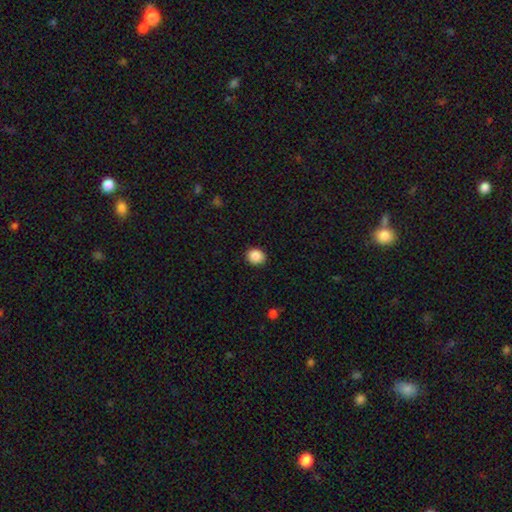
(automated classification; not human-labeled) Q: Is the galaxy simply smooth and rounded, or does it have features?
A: smooth — 89%.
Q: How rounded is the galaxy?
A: round — 71%.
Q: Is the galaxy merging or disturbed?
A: none — 90%.